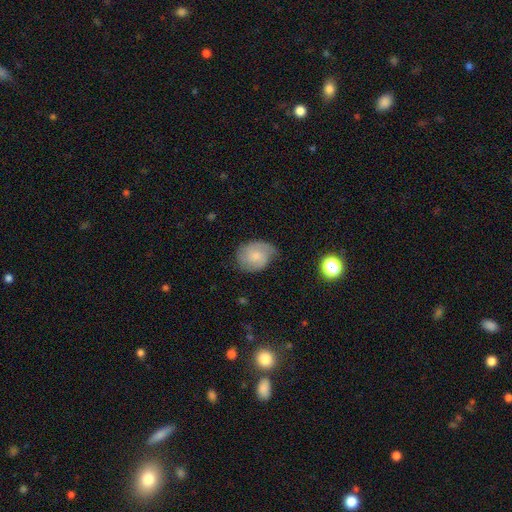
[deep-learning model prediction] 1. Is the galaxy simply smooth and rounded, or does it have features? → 53% smooth, 40% featured or disk, 8% star or artifact.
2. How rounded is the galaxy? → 52% in between, 47% round, 1% cigar-shaped.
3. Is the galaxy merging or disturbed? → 50% none, 36% minor disturbance, 12% major disturbance, 2% merger.